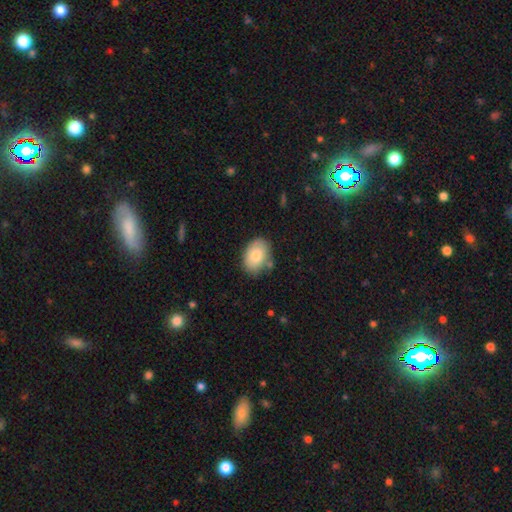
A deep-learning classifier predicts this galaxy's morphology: Smooth or featured: smooth — 81% (featured or disk — 12%)
How rounded: in between — 82% (round — 17%)
Merging: none — 74% (minor disturbance — 17%)